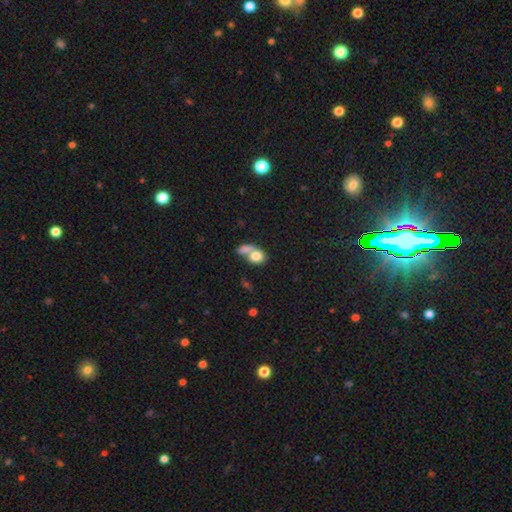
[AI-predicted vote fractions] smooth-or-featured: smooth: 78% | featured or disk: 13% | star or artifact: 9%
  how-rounded: in between: 52% | round: 45% | cigar-shaped: 3%
  merging: merger: 55% | none: 29% | minor disturbance: 9% | major disturbance: 7%